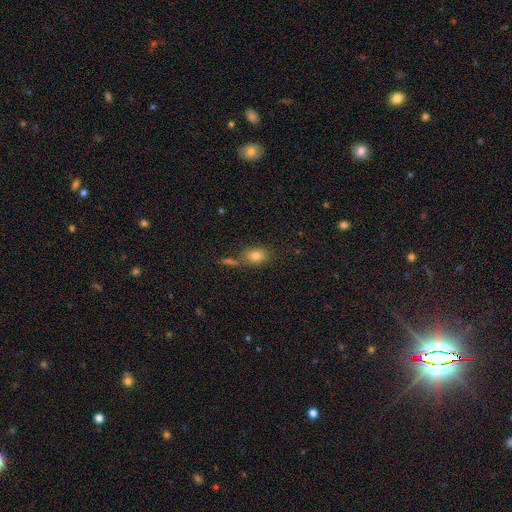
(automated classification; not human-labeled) smooth_or_featured: smooth (p=0.79) [alt: star or artifact p=0.11]
how_rounded: in between (p=0.68) [alt: round p=0.31]
merging: none (p=0.64) [alt: merger p=0.16]